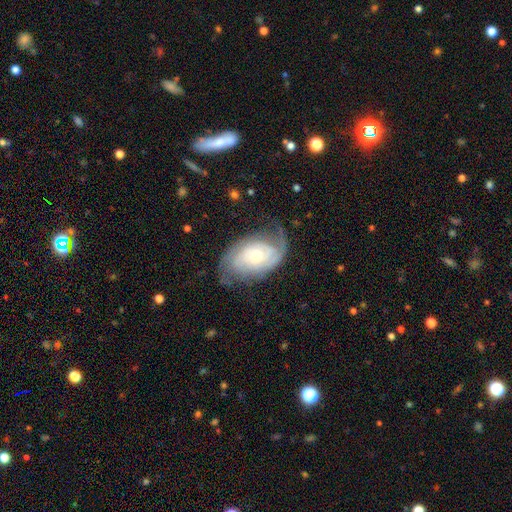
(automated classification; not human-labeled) Smooth or featured? Predicted: featured or disk (p=0.78). Edge-on disk? Predicted: no (p=0.96). Bar? Predicted: no (p=0.71). Spiral arms? Predicted: yes (p=0.93). Spiral winding? Predicted: tight (p=0.46). Spiral arm count? Predicted: 2 (p=0.64). Bulge size? Predicted: small (p=0.45). Merging? Predicted: none (p=0.60).